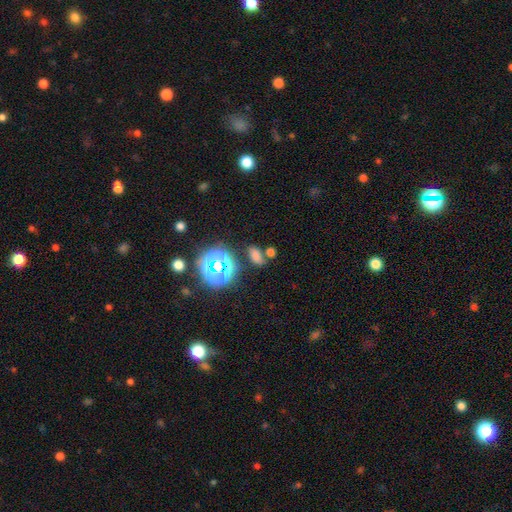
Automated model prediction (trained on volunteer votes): smooth-or-featured: smooth: 65% | star or artifact: 28% | featured or disk: 7%
  how-rounded: in between: 82% | round: 12% | cigar-shaped: 6%
  merging: none: 70% | merger: 13% | minor disturbance: 12% | major disturbance: 5%